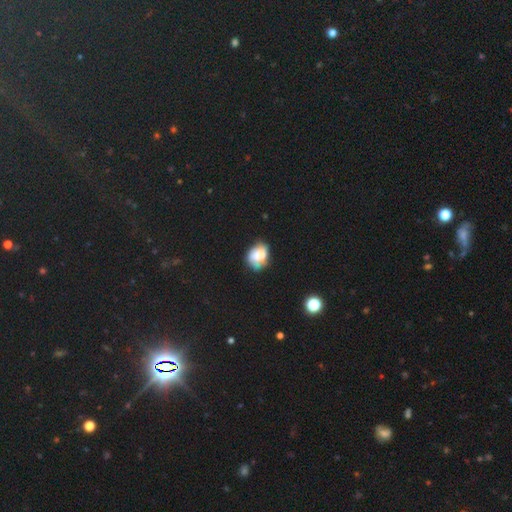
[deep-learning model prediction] Smooth or featured: smooth — 72% (featured or disk — 18%)
How rounded: in between — 60% (round — 38%)
Merging: none — 53% (minor disturbance — 33%)